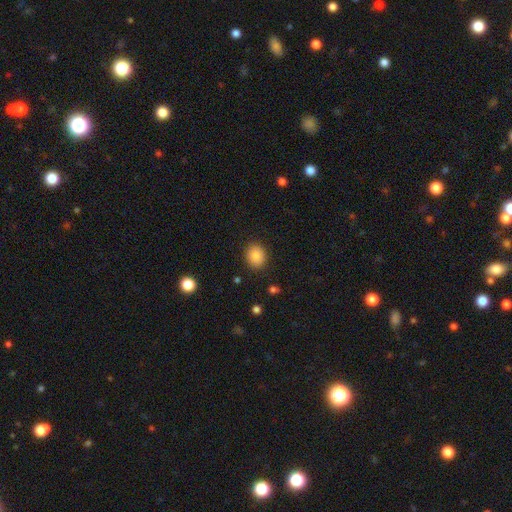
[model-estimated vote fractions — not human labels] Overall: smooth (86%). How rounded: round (63%; in between 36%). Merging: none (88%).